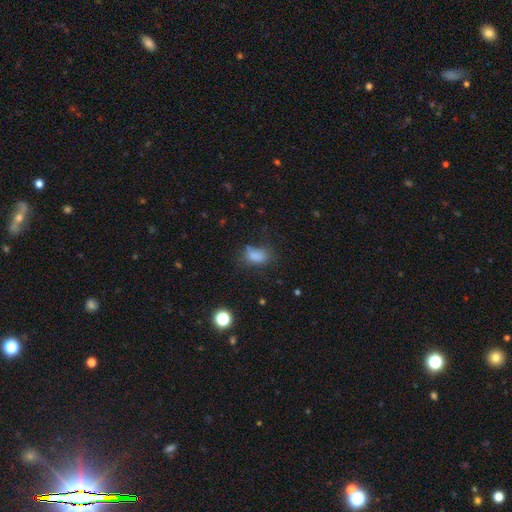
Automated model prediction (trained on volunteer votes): Overall: smooth (81%). How rounded: in between (80%). Merging: none (63%; minor disturbance 23%).